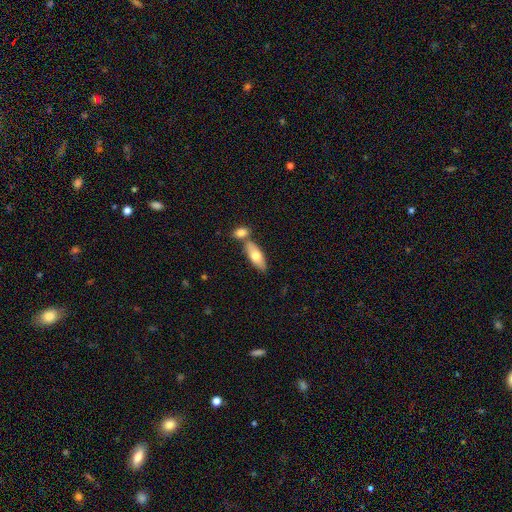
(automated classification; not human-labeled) Overall: smooth (66%; featured or disk 28%). How rounded: in between (74%). Merging: none (59%; merger 27%).